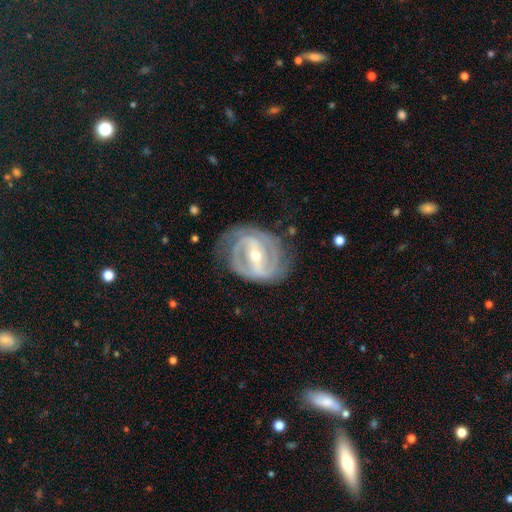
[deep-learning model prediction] featured or disk 91%, smooth 5%, star or artifact 4%. Down the decision tree: edge-on disk — no (96%); bar — strong (60%); spiral arms — yes (95%); spiral arm count — 2 (59%); spiral winding — tight (60%); bulge size — moderate (49%, tied with small); merging — none (73%).